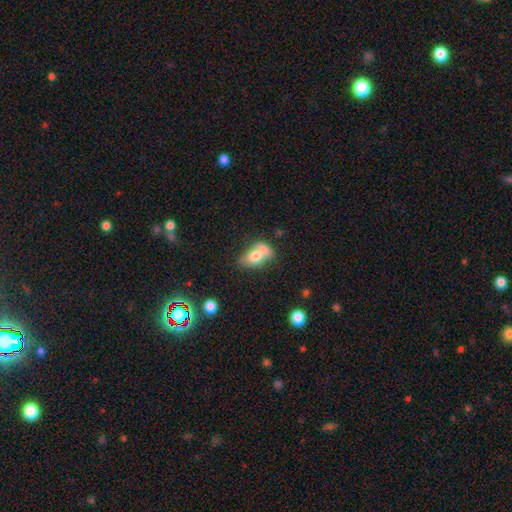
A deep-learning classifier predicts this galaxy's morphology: Smooth or featured? Predicted: smooth (p=0.64). How rounded? Predicted: in between (p=0.75). Merging? Predicted: merger (p=0.41).